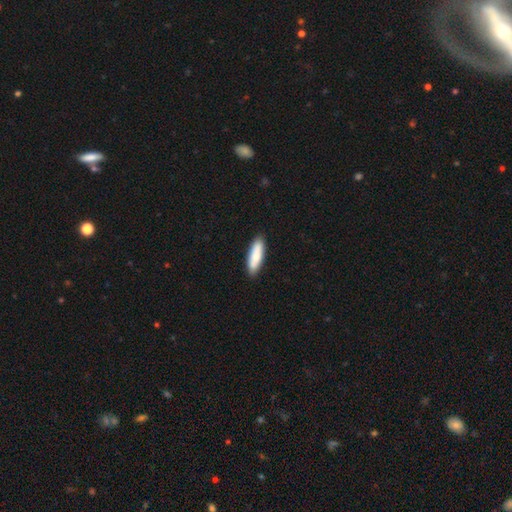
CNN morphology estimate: The model was most divided on "how rounded": cigar-shaped: 56%, in between: 42%, round: 2%. More confident: merging — none (89%); smooth or featured — smooth (83%).